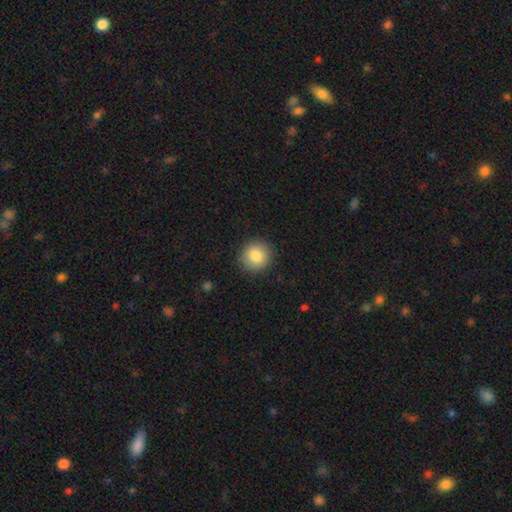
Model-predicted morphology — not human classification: This appears to be a smooth galaxy with no disk features (84%) that is round (92%). Merging: none (90%).